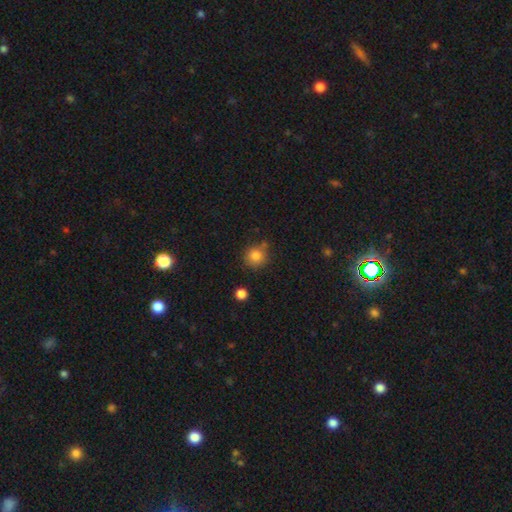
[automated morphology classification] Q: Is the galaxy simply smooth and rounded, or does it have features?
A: smooth — 83%.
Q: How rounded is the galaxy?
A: round — 92%.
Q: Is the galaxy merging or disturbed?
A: none — 75%.